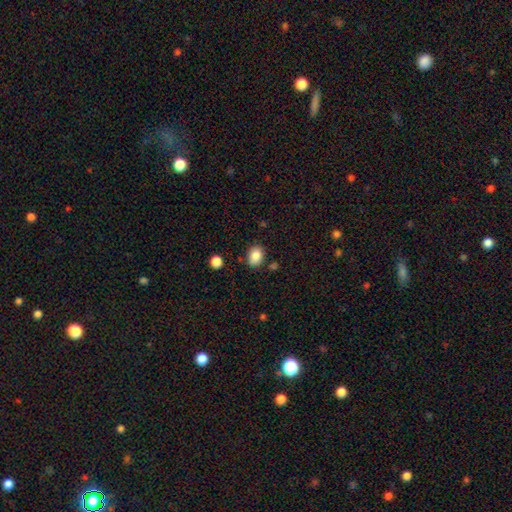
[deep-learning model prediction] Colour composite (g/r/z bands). It shows a smooth galaxy with no disk features (86%) that is in between round and cigar-shaped (70%). Merging: none (79%).